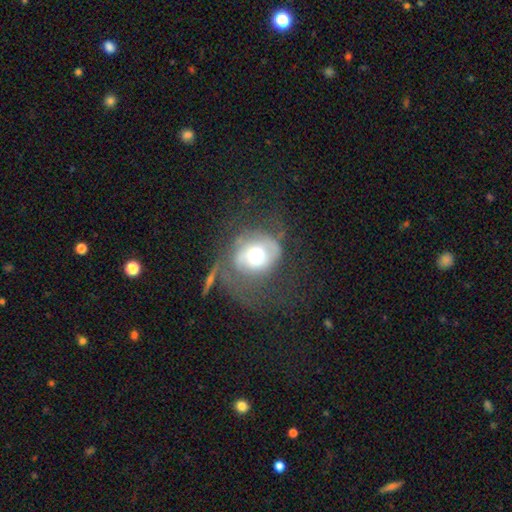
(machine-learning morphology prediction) type=smooth (46%); merging=none (40%).